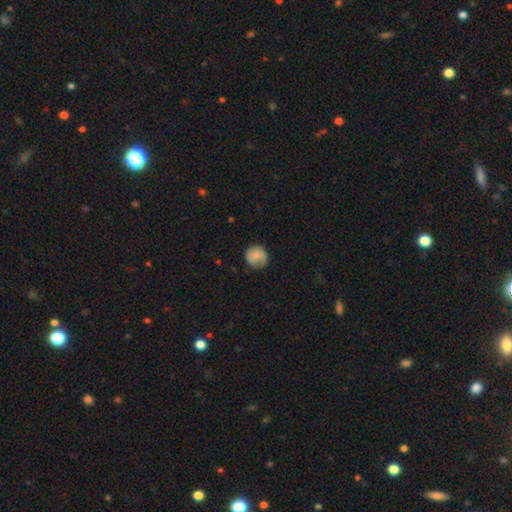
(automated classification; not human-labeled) smooth 75%, featured or disk 18%, star or artifact 8%. Down the decision tree: how rounded — round (89%); merging — none (71%).